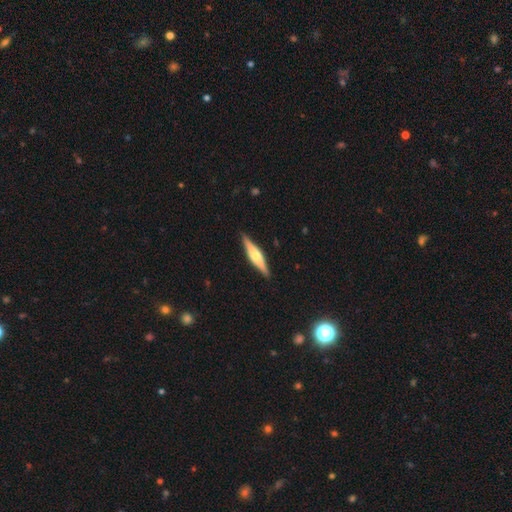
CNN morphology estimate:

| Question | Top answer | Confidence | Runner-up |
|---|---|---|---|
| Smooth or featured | featured or disk | 70% | smooth (25%) |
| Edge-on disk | yes | 97% | no (3%) |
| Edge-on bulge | rounded | 86% | boxy (11%) |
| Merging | none | 90% | minor disturbance (7%) |